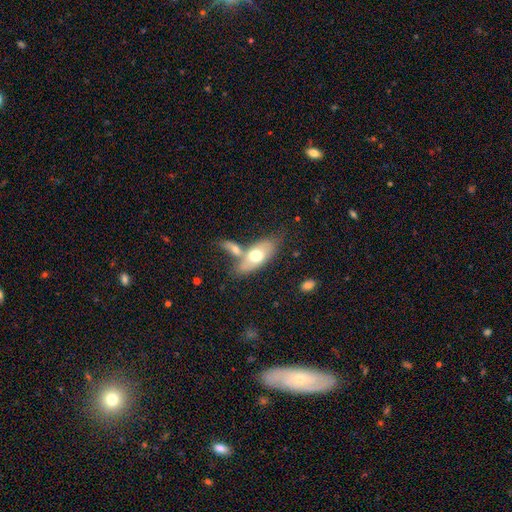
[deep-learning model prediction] Morphology: type=smooth (61%); roundness=in between (84%); merging=none (46%).